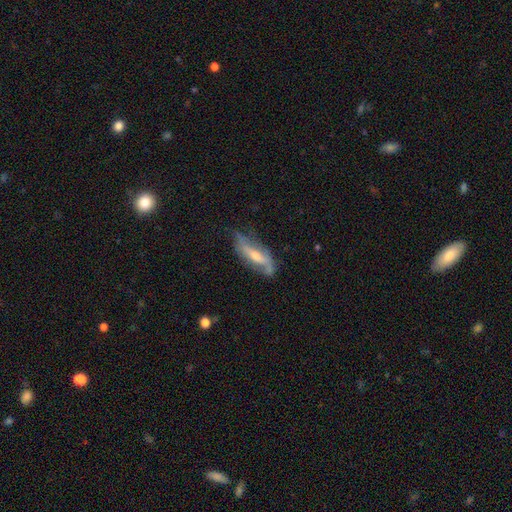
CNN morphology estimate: type=featured or disk (67%); edge-on=no (65%); merging=none (53%).